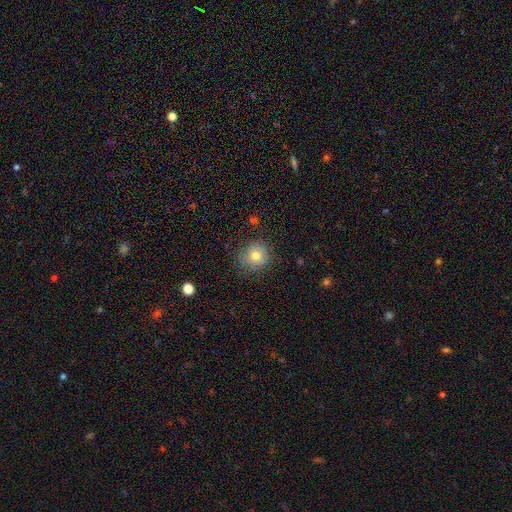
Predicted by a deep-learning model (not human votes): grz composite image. It shows a smooth galaxy with no disk features (78%) that is round (88%). Merging: none (79%).